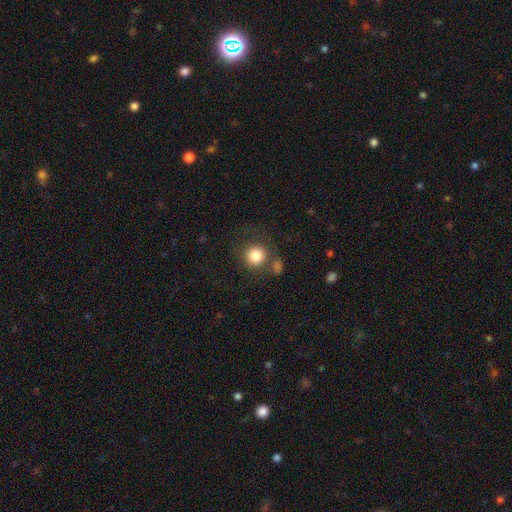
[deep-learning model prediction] smooth 84%, star or artifact 10%, featured or disk 7%. Down the decision tree: how rounded — round (92%); merging — none (70%).